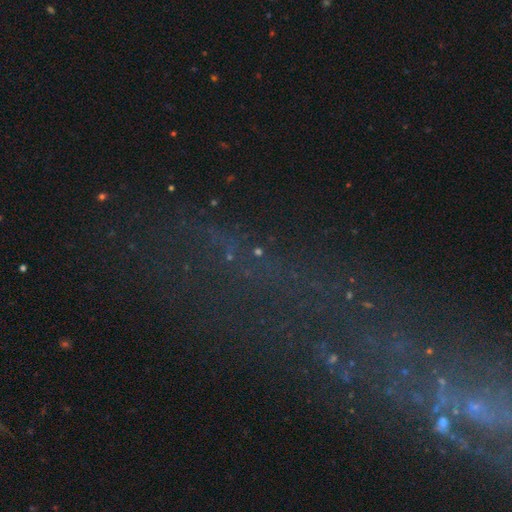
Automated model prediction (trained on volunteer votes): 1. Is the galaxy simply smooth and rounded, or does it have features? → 56% star or artifact, 26% featured or disk, 18% smooth.